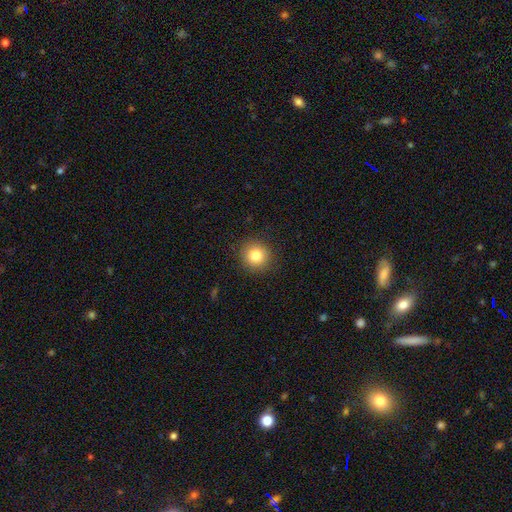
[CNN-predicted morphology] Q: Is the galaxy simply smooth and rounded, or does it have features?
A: smooth — 82%.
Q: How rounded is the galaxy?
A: round — 92%.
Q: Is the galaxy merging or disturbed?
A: none — 90%.